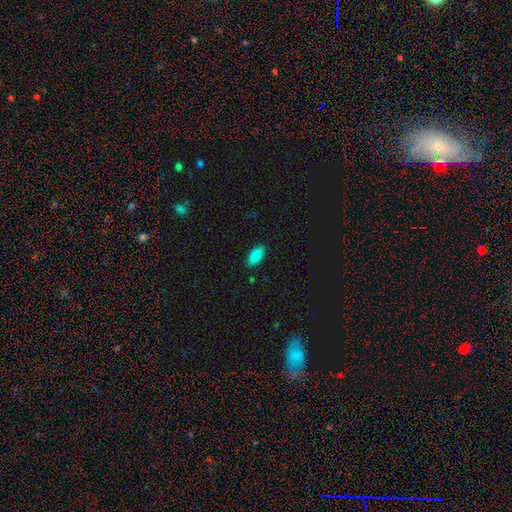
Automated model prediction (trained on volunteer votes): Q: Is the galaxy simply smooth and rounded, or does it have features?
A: smooth — 86%.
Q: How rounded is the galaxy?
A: in between — 92%.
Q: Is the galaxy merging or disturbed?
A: none — 88%.